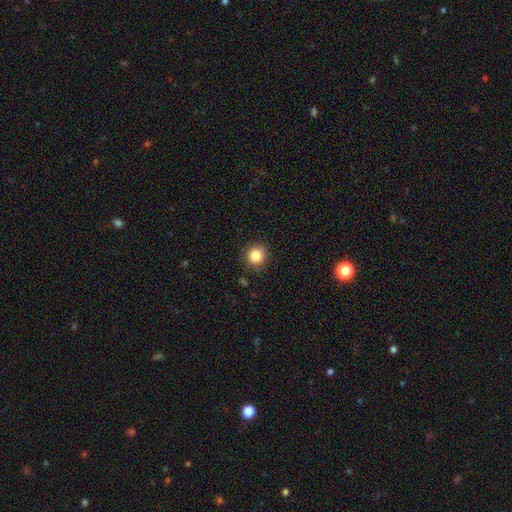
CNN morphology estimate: Smooth or featured? Predicted: smooth (p=0.85). How rounded? Predicted: round (p=0.91). Merging? Predicted: none (p=0.87).